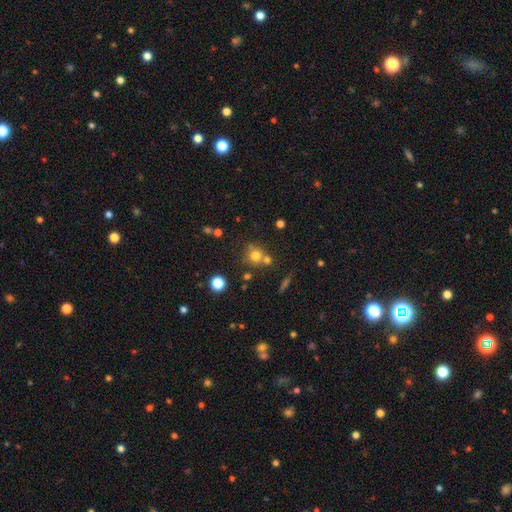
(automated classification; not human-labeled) smooth_or_featured: smooth (p=0.70) [alt: star or artifact p=0.17]
how_rounded: round (p=0.87) [alt: in between p=0.12]
merging: none (p=0.55) [alt: merger p=0.30]